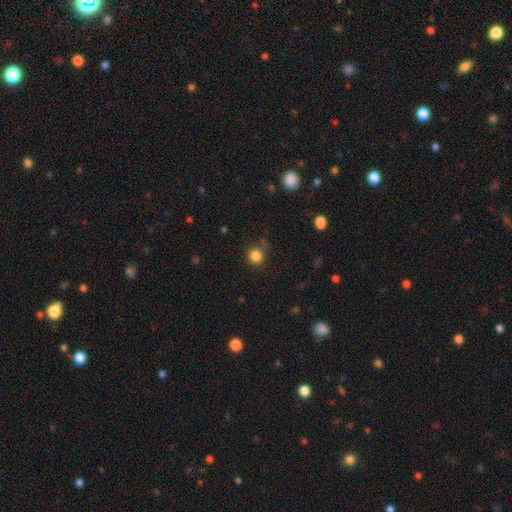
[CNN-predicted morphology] smooth 83%, star or artifact 12%, featured or disk 5%. Down the decision tree: how rounded — round (89%); merging — none (70%).